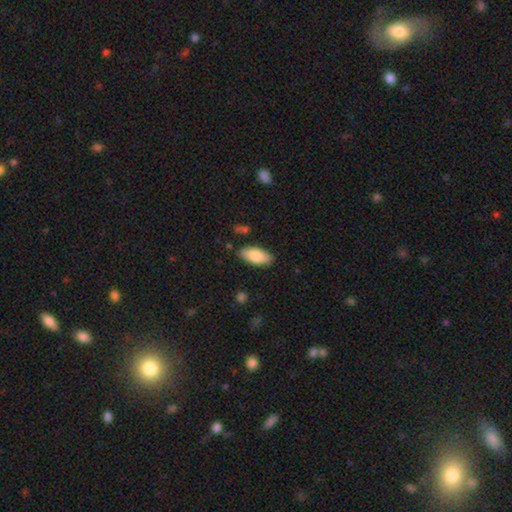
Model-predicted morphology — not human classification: smooth 81%, featured or disk 13%, star or artifact 6%. Down the decision tree: how rounded — in between (91%); merging — none (85%).